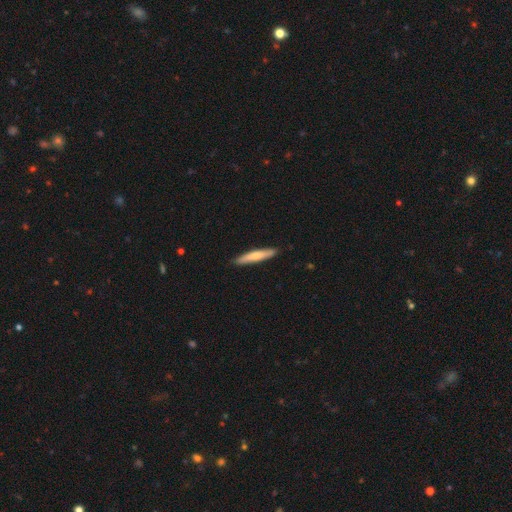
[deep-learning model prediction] smooth_or_featured: smooth (p=0.68) [alt: featured or disk p=0.27]
how_rounded: cigar-shaped (p=0.92) [alt: in between p=0.06]
merging: none (p=0.88) [alt: minor disturbance p=0.09]